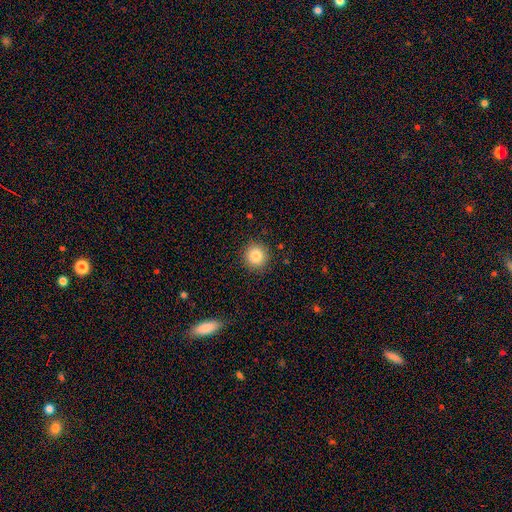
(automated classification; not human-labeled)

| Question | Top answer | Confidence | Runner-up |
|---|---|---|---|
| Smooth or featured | smooth | 84% | star or artifact (10%) |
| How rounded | round | 93% | in between (6%) |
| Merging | none | 91% | minor disturbance (6%) |